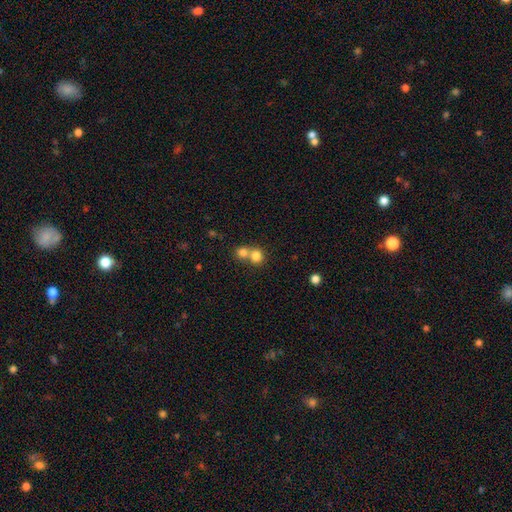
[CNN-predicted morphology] This is likely a smooth galaxy (80%). How rounded: clearly round (83%). Merging: possibly merger (54%).